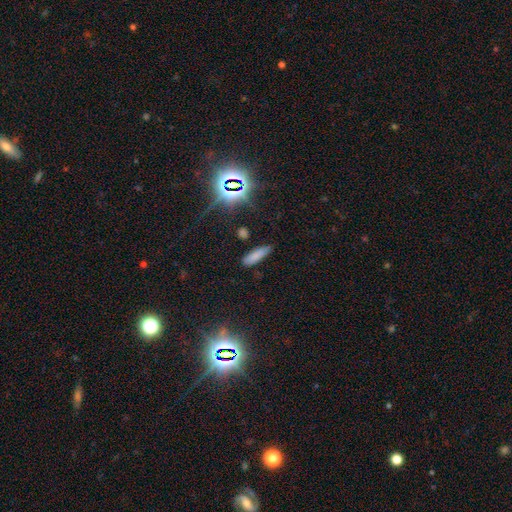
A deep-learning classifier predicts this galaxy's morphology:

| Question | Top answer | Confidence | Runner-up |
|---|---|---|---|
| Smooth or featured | smooth | 79% | star or artifact (13%) |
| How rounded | cigar-shaped | 55% | in between (43%) |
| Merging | none | 80% | minor disturbance (15%) |